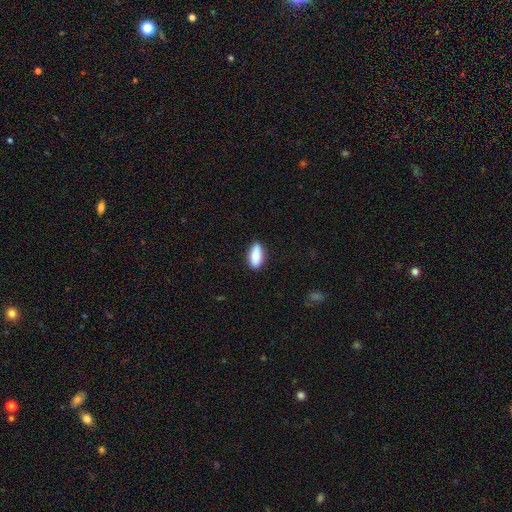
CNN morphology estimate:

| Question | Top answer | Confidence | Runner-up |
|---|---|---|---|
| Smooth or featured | smooth | 88% | star or artifact (6%) |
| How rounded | in between | 85% | cigar-shaped (13%) |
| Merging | none | 88% | minor disturbance (9%) |